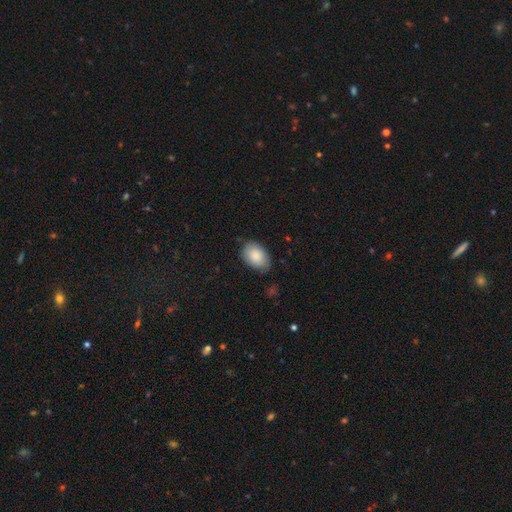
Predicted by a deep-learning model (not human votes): Morphology: type=smooth (85%); roundness=in between (89%); merging=none (75%).